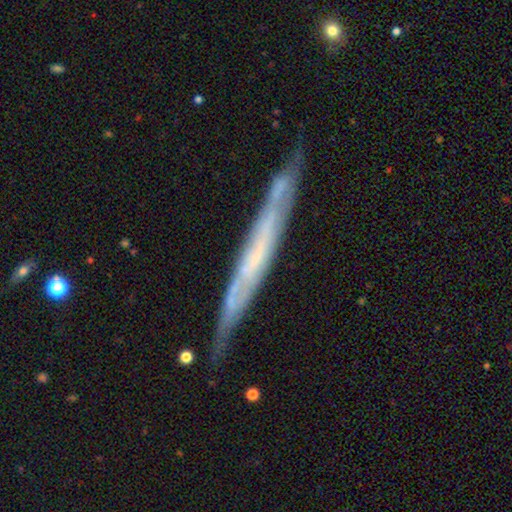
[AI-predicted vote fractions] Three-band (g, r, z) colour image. It shows a featured or disk galaxy (69%) viewed edge-on (87%) with no central bulge (83%). Merging: none (80%).